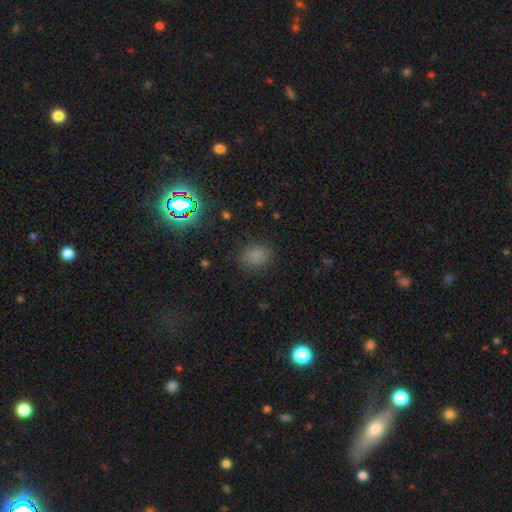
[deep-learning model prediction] This is likely a smooth galaxy (75%). How rounded: possibly in between (55%). Merging: clearly none (82%).